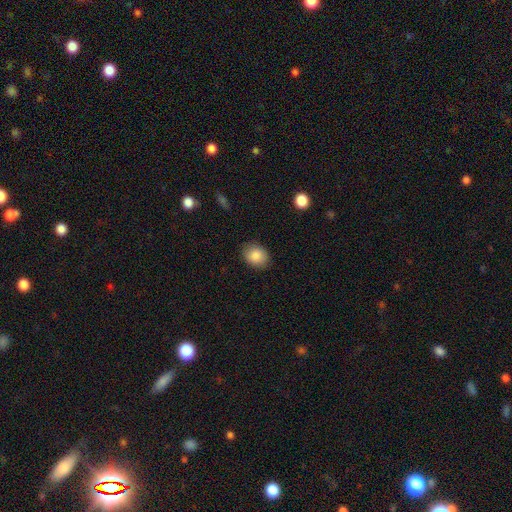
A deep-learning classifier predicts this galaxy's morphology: A smooth galaxy with no disk features (87%) that is round (50%).

Vote fractions:
- Smooth or featured? smooth: 87% / star or artifact: 8% / featured or disk: 5%
- How rounded? round: 50% / in between: 49% / cigar-shaped: 1%
- Merging? none: 85% / minor disturbance: 11% / major disturbance: 3% / merger: 1%